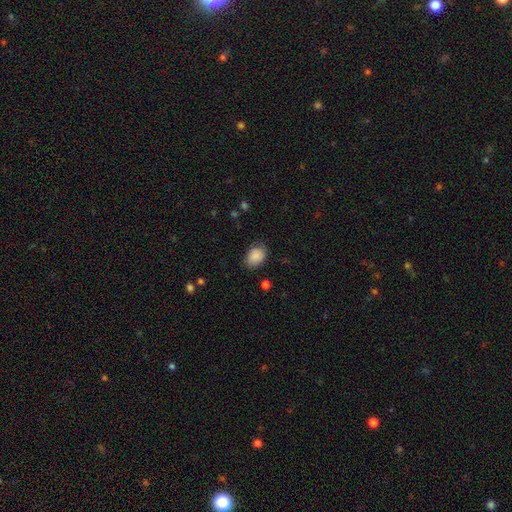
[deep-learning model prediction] Q: Smooth or featured?
A: smooth (88%); runner-up: star or artifact (7%)
Q: How rounded?
A: in between (73%); runner-up: round (26%)
Q: Merging?
A: none (68%); runner-up: minor disturbance (24%)